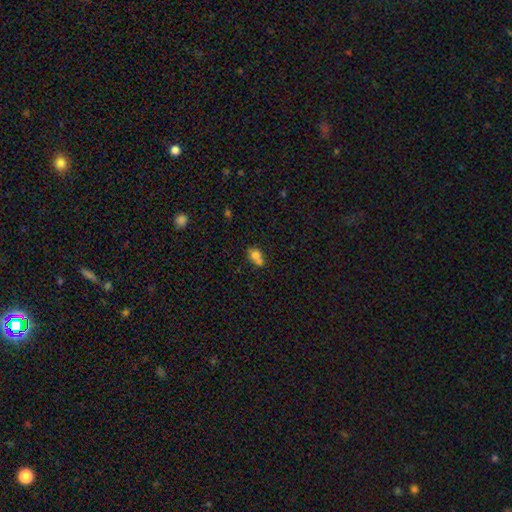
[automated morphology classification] Smooth or featured? smooth (74%)
How rounded? round (61%)
Merging? merger (54%)